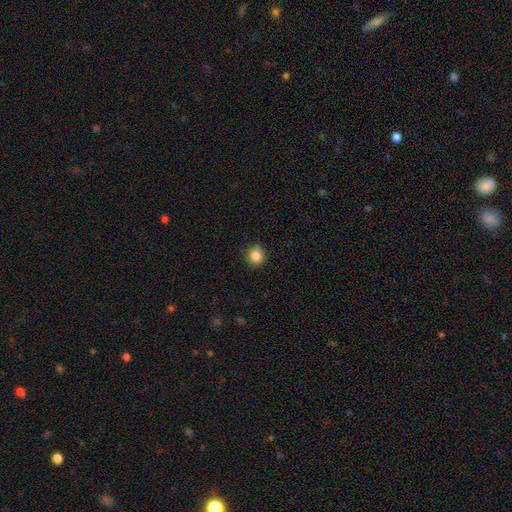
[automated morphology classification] A smooth galaxy with no disk features (85%) that is round (86%). Merging: none (85%).